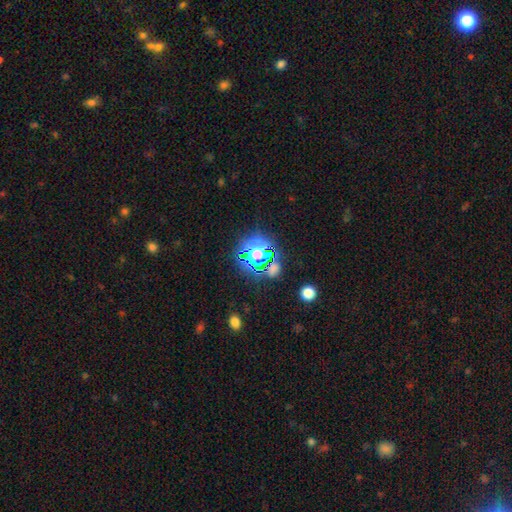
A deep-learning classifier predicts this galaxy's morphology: Q: Smooth or featured?
A: star or artifact (59%); runner-up: smooth (30%)